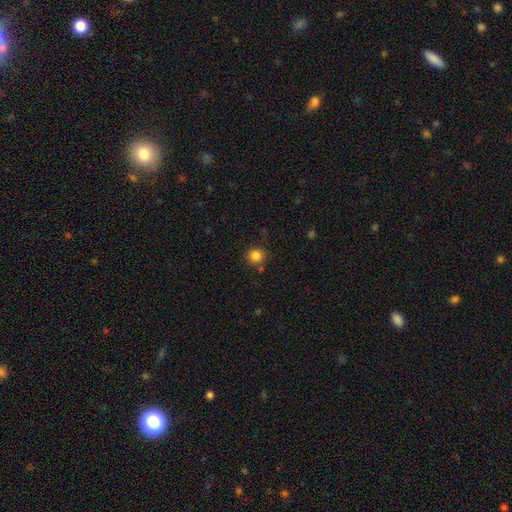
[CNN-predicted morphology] Smooth or featured? Predicted: smooth (p=0.84). How rounded? Predicted: round (p=0.91). Merging? Predicted: none (p=0.81).